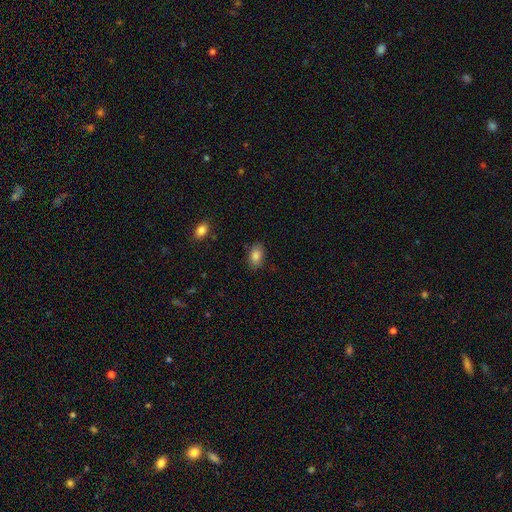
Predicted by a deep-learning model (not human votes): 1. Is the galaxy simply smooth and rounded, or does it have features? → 85% smooth, 8% star or artifact, 7% featured or disk.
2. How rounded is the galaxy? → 87% in between, 11% round, 2% cigar-shaped.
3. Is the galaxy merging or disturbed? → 84% none, 12% minor disturbance, 3% major disturbance, 1% merger.